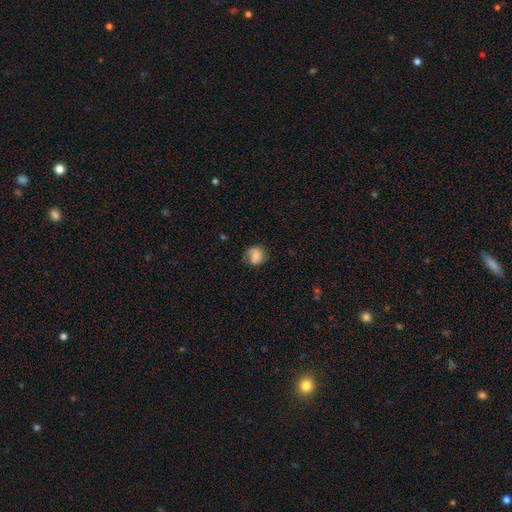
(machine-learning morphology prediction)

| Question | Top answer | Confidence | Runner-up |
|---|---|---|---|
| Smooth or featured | smooth | 75% | featured or disk (16%) |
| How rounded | round | 74% | in between (25%) |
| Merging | none | 65% | minor disturbance (24%) |